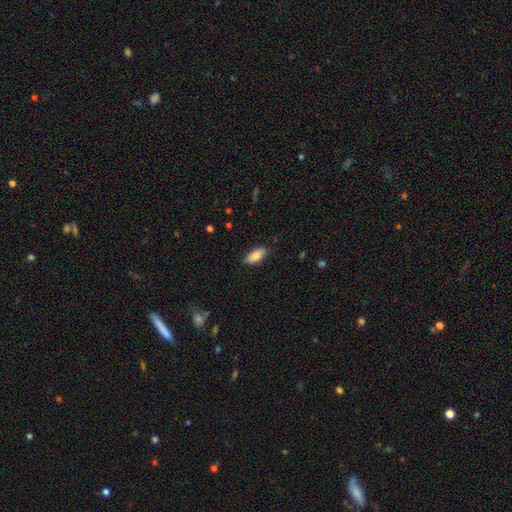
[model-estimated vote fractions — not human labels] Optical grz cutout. It shows a smooth galaxy with no disk features (82%) that is in between round and cigar-shaped (84%). Merging: none (84%).